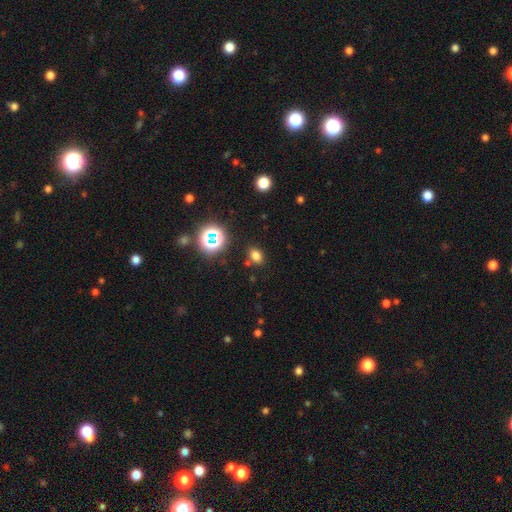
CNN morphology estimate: This appears to be a smooth galaxy with no disk features (73%) that is in between round and cigar-shaped (67%). Merging: none (81%).